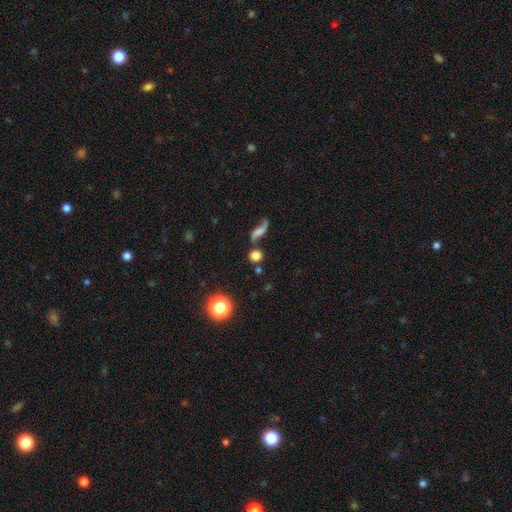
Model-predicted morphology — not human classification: smooth_or_featured: smooth (p=0.71) [alt: star or artifact p=0.15]
how_rounded: round (p=0.81) [alt: in between p=0.15]
merging: none (p=0.65) [alt: merger p=0.17]